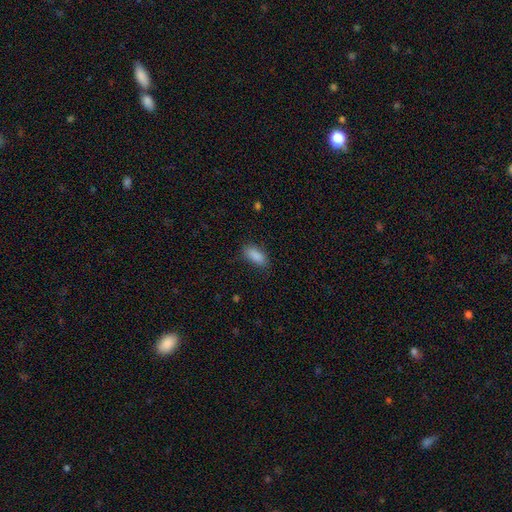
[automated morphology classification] This appears to be a smooth galaxy with no disk features (88%) that is in between round and cigar-shaped (84%). Merging: none (78%).